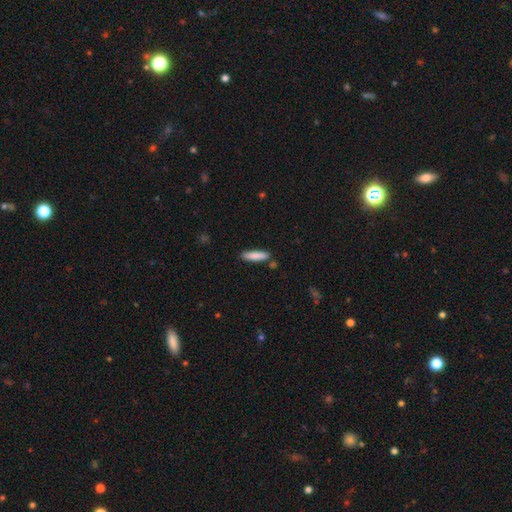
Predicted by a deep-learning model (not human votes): This appears to be a smooth galaxy with no disk features (85%) that is cigar-shaped (76%). Merging: none (85%).